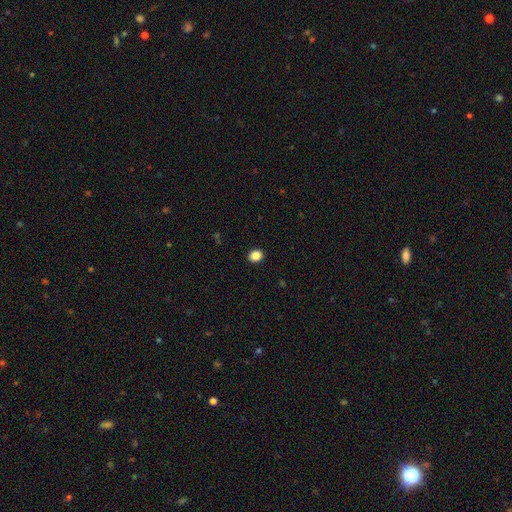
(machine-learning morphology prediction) This appears to be a smooth galaxy with no disk features (87%) that is round (51%). Merging: none (91%).